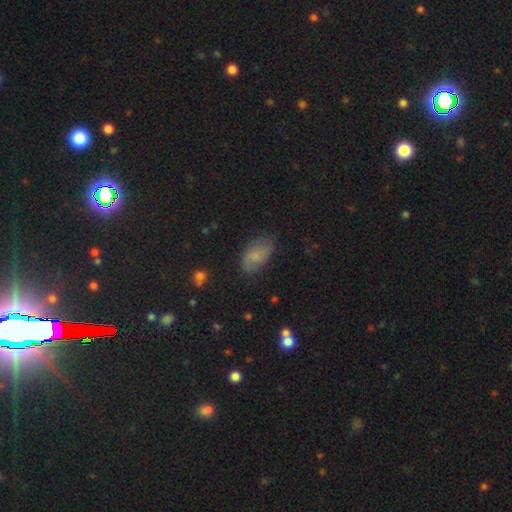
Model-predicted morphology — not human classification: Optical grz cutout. It shows a smooth galaxy with no disk features (63%) that is in between round and cigar-shaped (92%). Merging: none (71%).